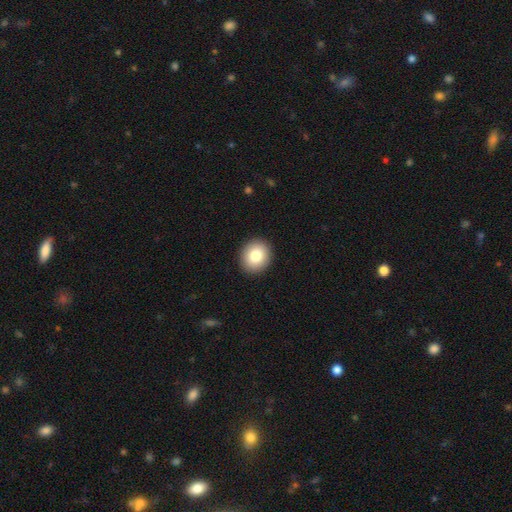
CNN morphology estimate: Smooth or featured? smooth (82%)
How rounded? round (78%)
Merging? none (92%)